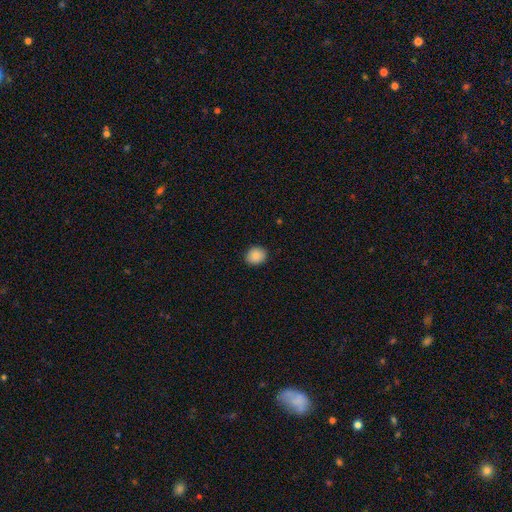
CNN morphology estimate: A smooth galaxy with no disk features (86%) that is round (68%). Merging: none (90%).